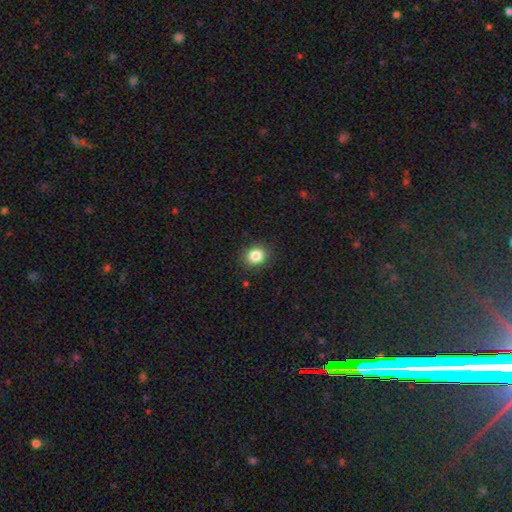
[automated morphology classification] type=smooth (85%); roundness=round (71%); merging=none (88%).